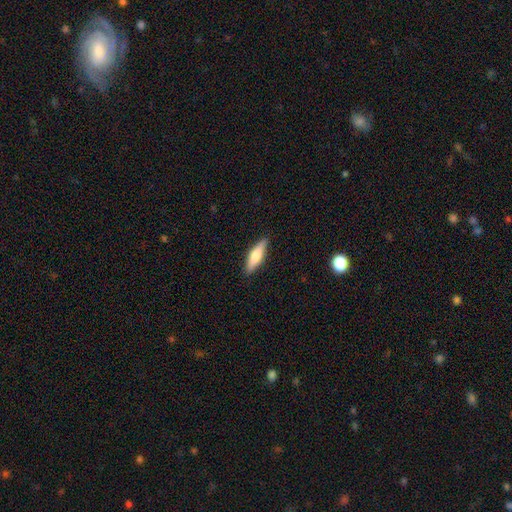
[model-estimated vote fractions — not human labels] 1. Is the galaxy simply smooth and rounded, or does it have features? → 60% smooth, 34% featured or disk, 6% star or artifact.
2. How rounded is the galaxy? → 63% cigar-shaped, 35% in between, 2% round.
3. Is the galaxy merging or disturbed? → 89% none, 8% minor disturbance, 2% major disturbance, 1% merger.